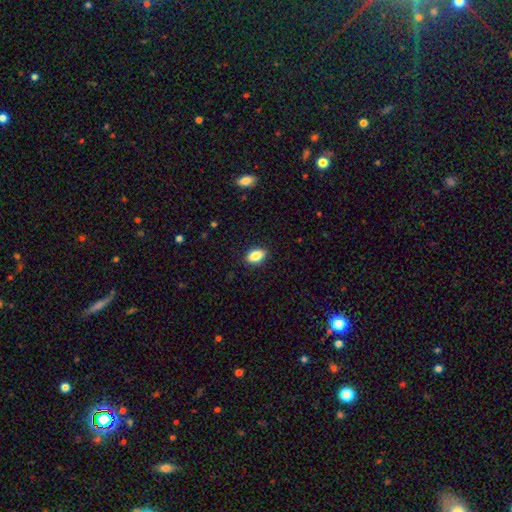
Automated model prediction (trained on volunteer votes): smooth_or_featured: smooth (p=0.85) [alt: star or artifact p=0.08]
how_rounded: in between (p=0.88) [alt: round p=0.10]
merging: none (p=0.88) [alt: minor disturbance p=0.09]